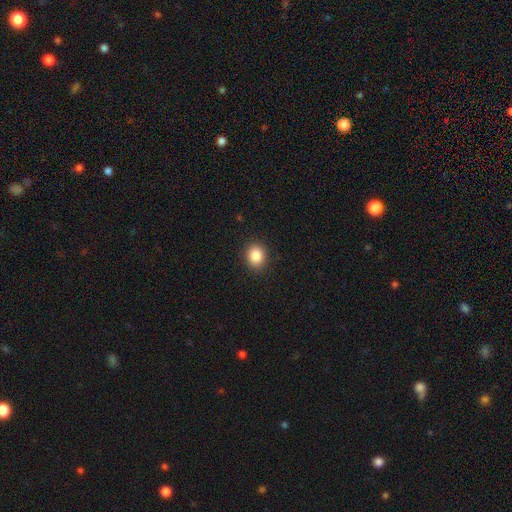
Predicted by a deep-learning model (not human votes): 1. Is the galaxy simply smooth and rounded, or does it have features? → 86% smooth, 9% star or artifact, 5% featured or disk.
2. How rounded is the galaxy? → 64% round, 35% in between, 1% cigar-shaped.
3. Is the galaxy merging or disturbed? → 90% none, 7% minor disturbance, 2% major disturbance, 1% merger.